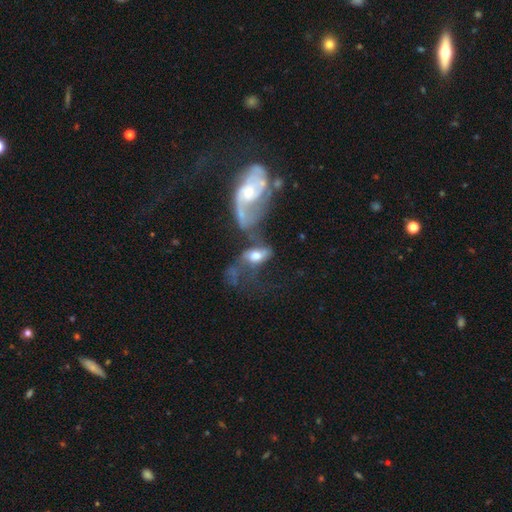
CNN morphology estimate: The model was most divided on "smooth or featured": featured or disk: 54%, smooth: 36%, star or artifact: 10%. More confident: edge-on disk — no (91%); merging — merger (54%).